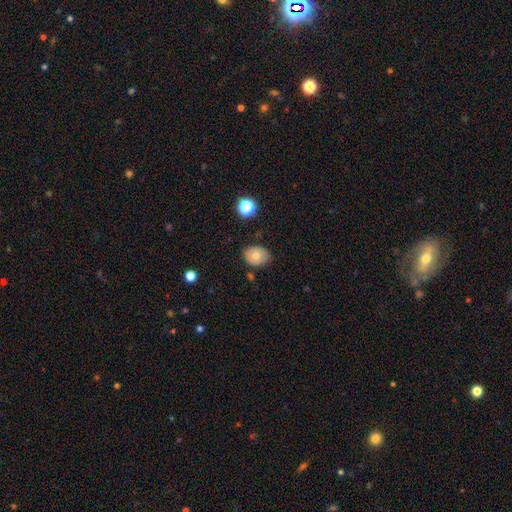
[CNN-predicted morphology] A smooth galaxy with no disk features (70%) that is in between round and cigar-shaped (57%).

Vote fractions:
- Smooth or featured? smooth: 70% / featured or disk: 20% / star or artifact: 10%
- How rounded? in between: 57% / round: 42% / cigar-shaped: 1%
- Merging? none: 79% / minor disturbance: 15% / major disturbance: 3% / merger: 3%